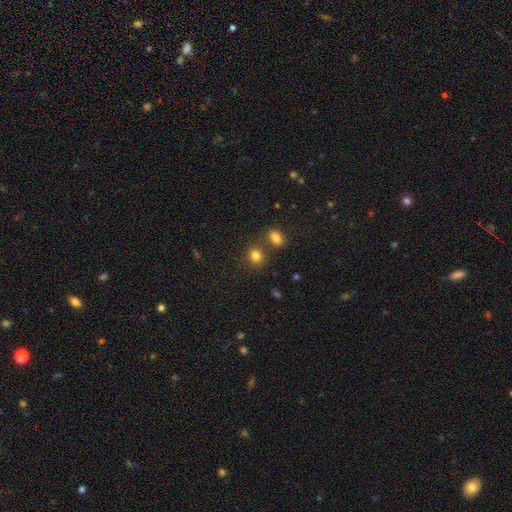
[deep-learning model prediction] smooth 81%, star or artifact 13%, featured or disk 6%. Down the decision tree: how rounded — round (63%); merging — none (69%).